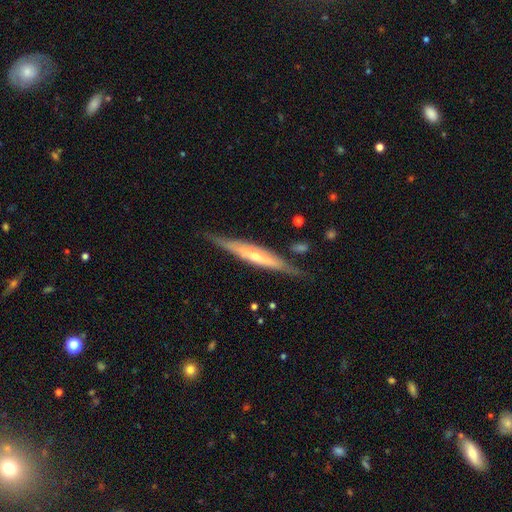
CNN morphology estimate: type=featured or disk (70%); edge-on=yes (91%); edge-on bulge=rounded (64%); merging=none (78%).